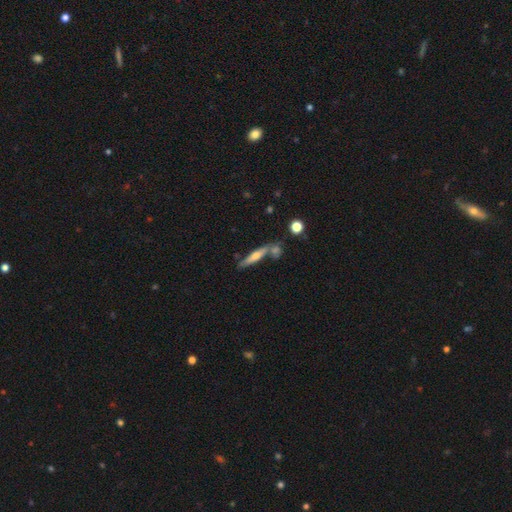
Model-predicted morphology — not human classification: featured or disk 55%, smooth 38%, star or artifact 7%. Down the decision tree: edge-on disk — yes (92%); edge-on bulge — rounded (81%); merging — none (67%).